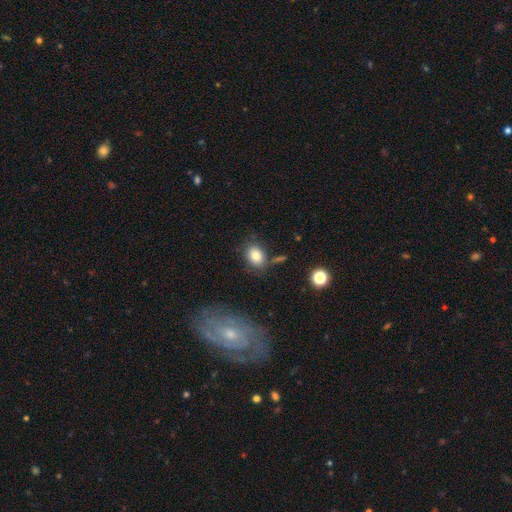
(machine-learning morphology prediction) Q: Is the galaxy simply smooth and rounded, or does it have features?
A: smooth — 82%.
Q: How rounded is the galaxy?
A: in between — 70%.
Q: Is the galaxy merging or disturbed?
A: none — 73%.